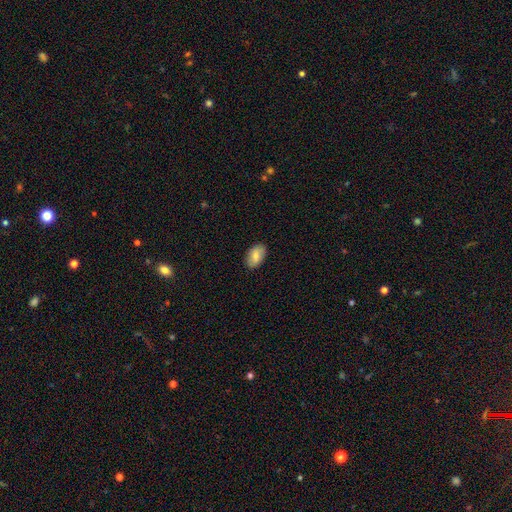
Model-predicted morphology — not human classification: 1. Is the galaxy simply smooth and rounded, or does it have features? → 78% smooth, 15% featured or disk, 7% star or artifact.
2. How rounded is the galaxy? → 92% in between, 6% round, 2% cigar-shaped.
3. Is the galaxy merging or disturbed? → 88% none, 9% minor disturbance, 2% major disturbance, 1% merger.